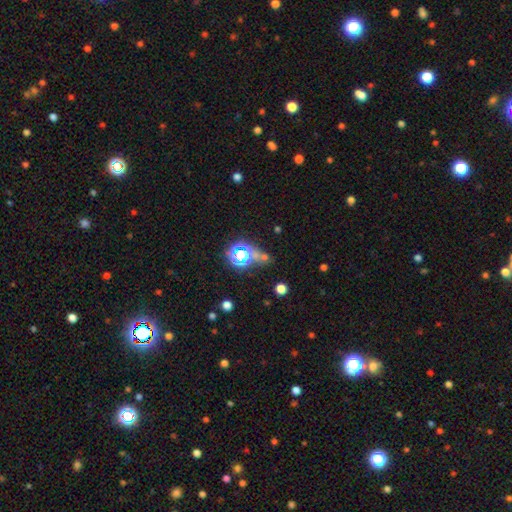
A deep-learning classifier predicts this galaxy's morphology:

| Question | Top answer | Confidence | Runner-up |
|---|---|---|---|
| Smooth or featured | star or artifact | 56% | smooth (34%) |